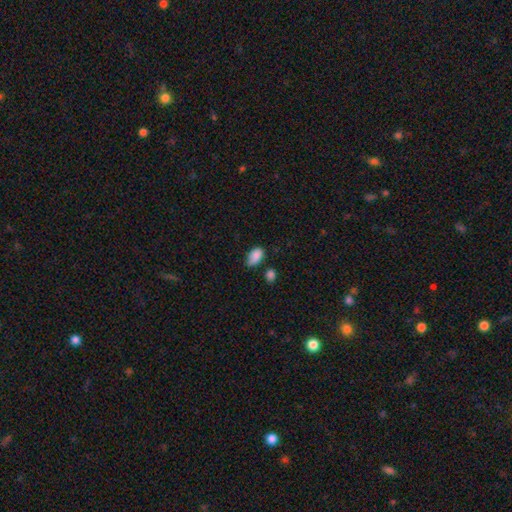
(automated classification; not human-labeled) Smooth or featured? Predicted: smooth (p=0.87). How rounded? Predicted: in between (p=0.92). Merging? Predicted: none (p=0.57).